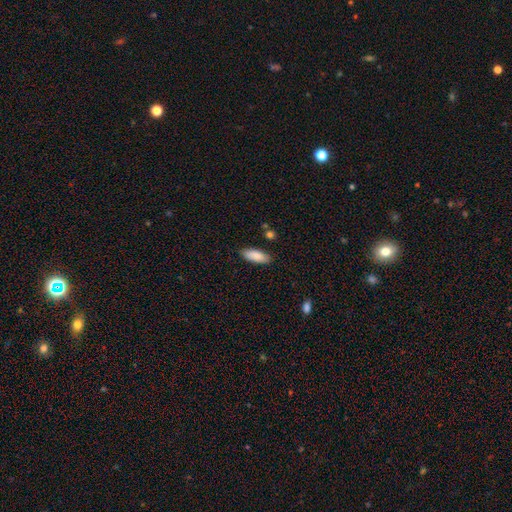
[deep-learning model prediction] This is clearly a smooth galaxy (88%). How rounded: likely in between (74%). Merging: clearly none (86%).